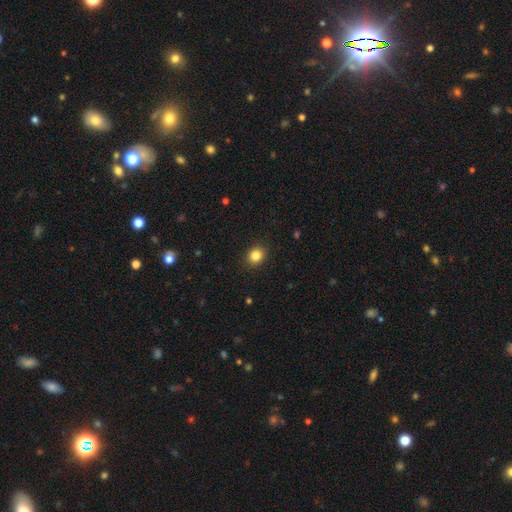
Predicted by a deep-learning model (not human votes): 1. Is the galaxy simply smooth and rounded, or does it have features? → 84% smooth, 11% star or artifact, 5% featured or disk.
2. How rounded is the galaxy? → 69% round, 31% in between, 1% cigar-shaped.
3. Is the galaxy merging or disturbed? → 91% none, 7% minor disturbance, 2% major disturbance, 1% merger.